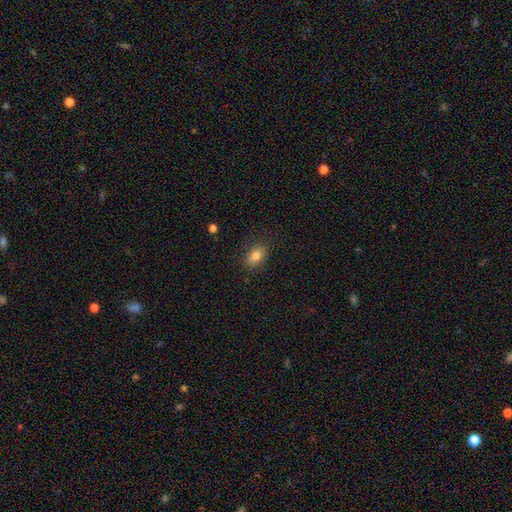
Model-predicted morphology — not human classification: Smooth or featured?
  - smooth: 82% *
  - star or artifact: 9%
  - featured or disk: 9%
How rounded?
  - in between: 84% *
  - round: 14%
  - cigar-shaped: 2%
Merging?
  - none: 83% *
  - minor disturbance: 12%
  - major disturbance: 3%
  - merger: 1%